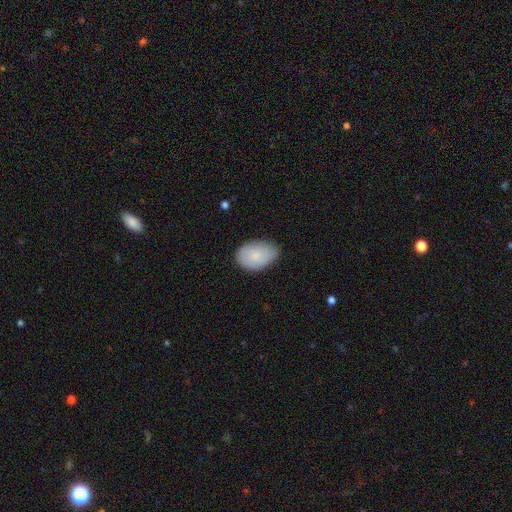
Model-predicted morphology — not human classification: Smooth or featured? Predicted: smooth (p=0.82). How rounded? Predicted: in between (p=0.87). Merging? Predicted: none (p=0.72).